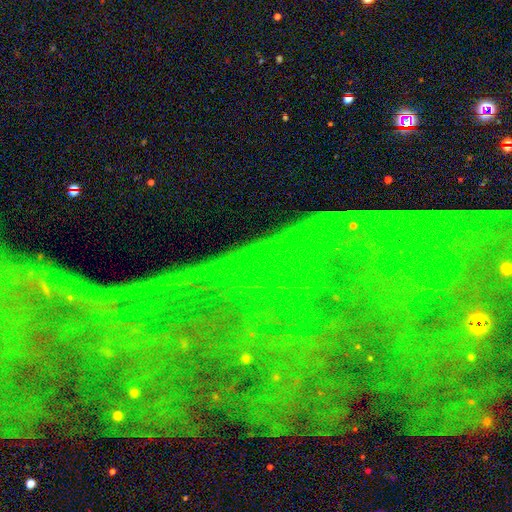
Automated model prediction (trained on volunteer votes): Q: Smooth or featured?
A: star or artifact (84%); runner-up: featured or disk (9%)